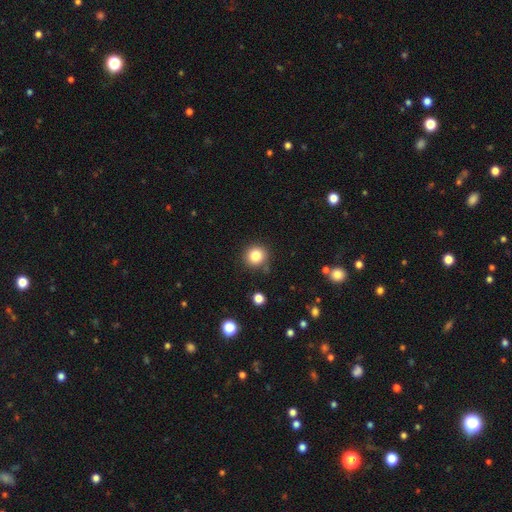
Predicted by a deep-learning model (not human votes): A smooth galaxy with no disk features (83%) that is round (92%). Merging: none (84%).